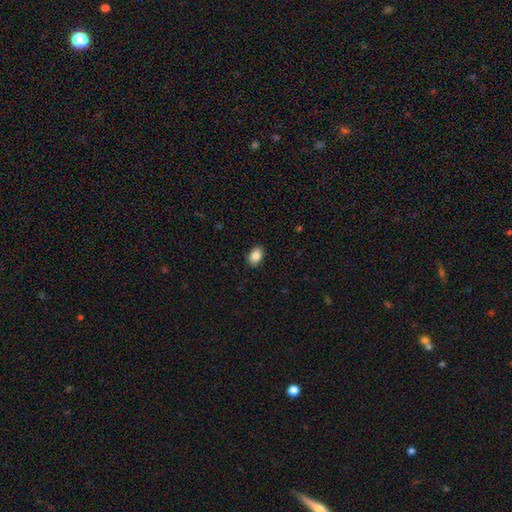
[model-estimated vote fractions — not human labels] Q: Smooth or featured?
A: smooth (88%); runner-up: star or artifact (8%)
Q: How rounded?
A: in between (83%); runner-up: round (16%)
Q: Merging?
A: none (89%); runner-up: minor disturbance (8%)